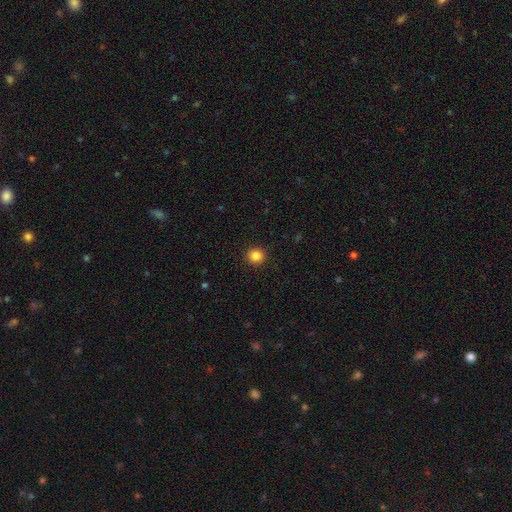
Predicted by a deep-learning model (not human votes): smooth 85%, star or artifact 11%, featured or disk 4%. Down the decision tree: how rounded — round (94%); merging — none (93%).